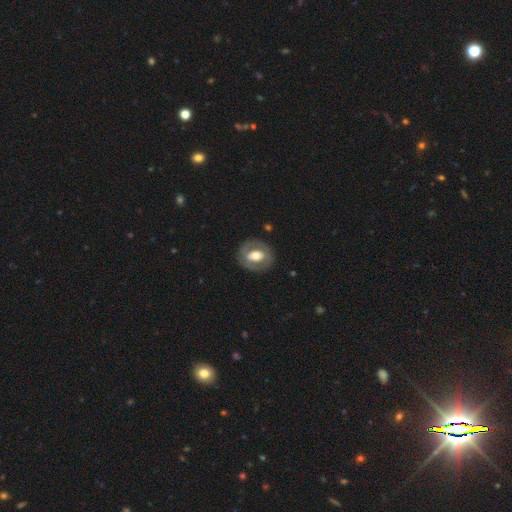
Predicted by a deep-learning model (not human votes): featured or disk 59%, smooth 36%, star or artifact 5%. Down the decision tree: edge-on disk — no (95%); bar — no (43%); spiral arms — no (64%); bulge size — moderate (64%); merging — none (81%).